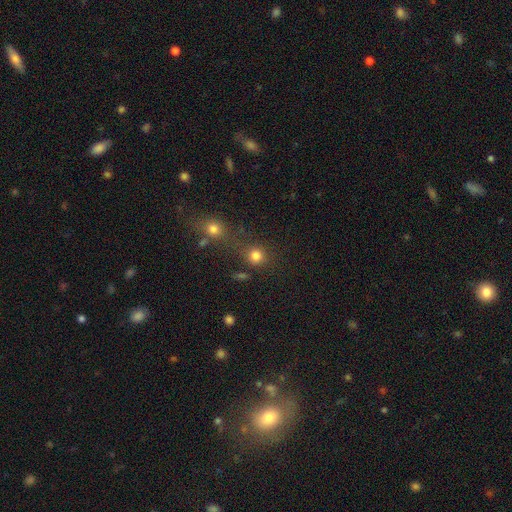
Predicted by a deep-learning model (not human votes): Smooth or featured?
  - smooth: 80% *
  - star or artifact: 14%
  - featured or disk: 6%
How rounded?
  - round: 89% *
  - in between: 10%
  - cigar-shaped: 1%
Merging?
  - none: 66% *
  - merger: 19%
  - minor disturbance: 9%
  - major disturbance: 6%